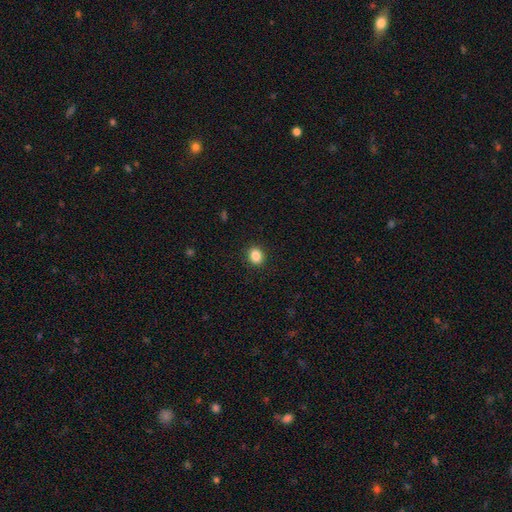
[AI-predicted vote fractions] Smooth or featured? smooth (86%)
How rounded? round (54%)
Merging? none (90%)